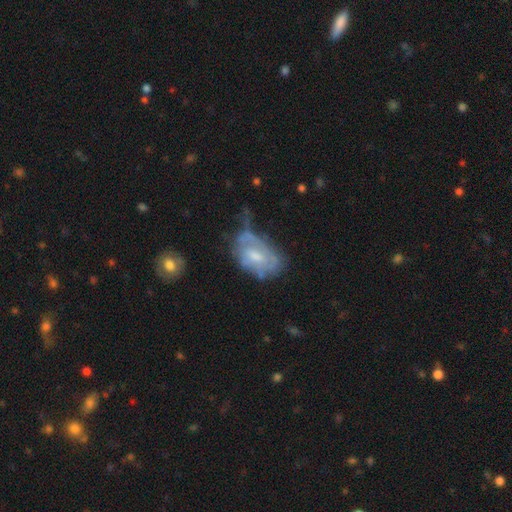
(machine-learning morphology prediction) Q: Smooth or featured?
A: featured or disk (56%); runner-up: smooth (36%)
Q: Edge-on disk?
A: no (95%); runner-up: yes (5%)
Q: Bar?
A: no (52%); runner-up: weak (41%)
Q: Spiral arms?
A: yes (50%); tied with: no (50%)
Q: Bulge size?
A: moderate (52%); runner-up: small (30%)
Q: Merging?
A: minor disturbance (33%); runner-up: none (32%)